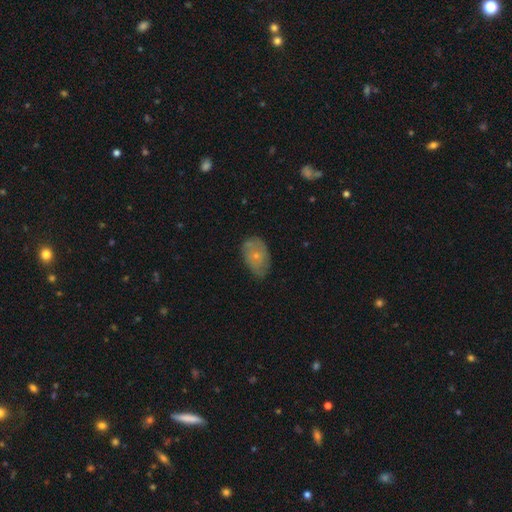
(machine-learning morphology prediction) smooth-or-featured: smooth: 59% | featured or disk: 33% | star or artifact: 8%
  how-rounded: in between: 88% | round: 11% | cigar-shaped: 2%
  merging: none: 64% | minor disturbance: 28% | major disturbance: 6% | merger: 2%